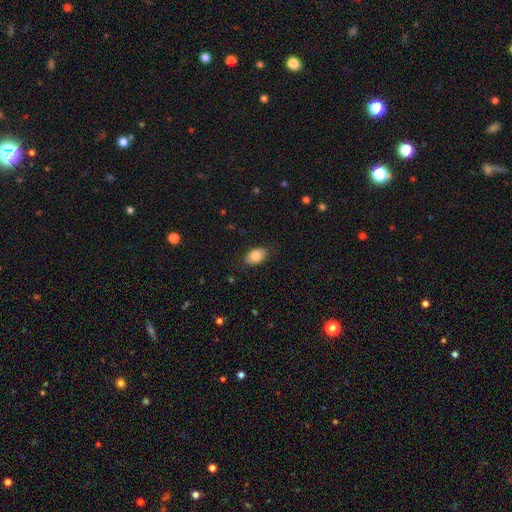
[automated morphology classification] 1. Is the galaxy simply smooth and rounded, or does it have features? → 83% smooth, 10% featured or disk, 7% star or artifact.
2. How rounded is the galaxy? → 91% in between, 7% round, 1% cigar-shaped.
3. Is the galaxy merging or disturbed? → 84% none, 13% minor disturbance, 3% major disturbance, 1% merger.